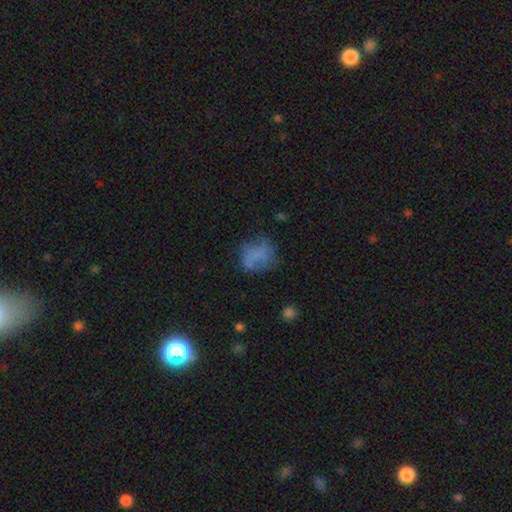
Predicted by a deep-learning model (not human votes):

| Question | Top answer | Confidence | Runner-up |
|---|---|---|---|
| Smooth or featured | smooth | 59% | featured or disk (28%) |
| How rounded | round | 52% | in between (46%) |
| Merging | none | 47% | minor disturbance (27%) |